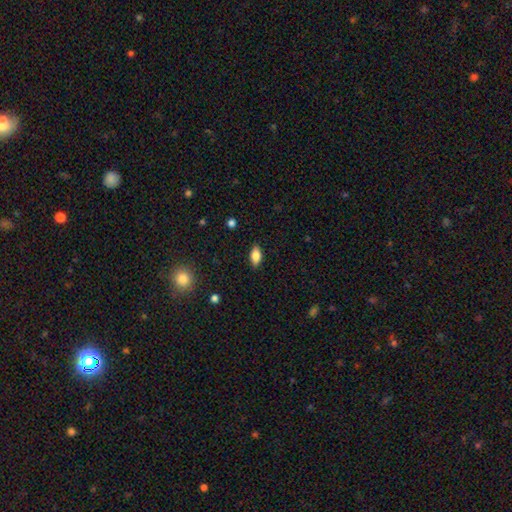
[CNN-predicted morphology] A smooth galaxy with no disk features (80%) that is in between round and cigar-shaped (88%).

Vote fractions:
- Smooth or featured? smooth: 80% / featured or disk: 12% / star or artifact: 8%
- How rounded? in between: 88% / cigar-shaped: 8% / round: 5%
- Merging? none: 87% / minor disturbance: 9% / major disturbance: 2% / merger: 1%